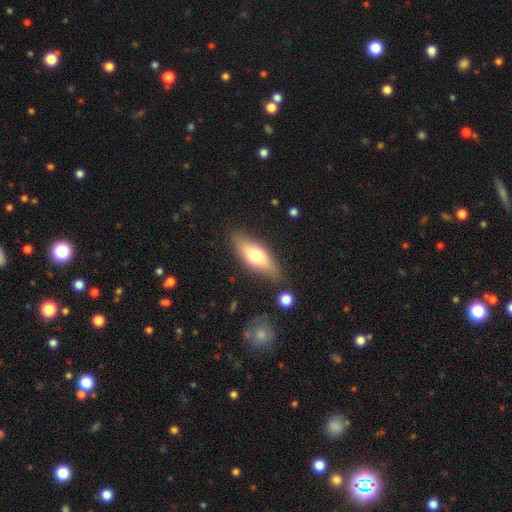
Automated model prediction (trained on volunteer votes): smooth_or_featured: smooth (p=0.65) [alt: featured or disk p=0.29]
how_rounded: in between (p=0.65) [alt: cigar-shaped p=0.32]
merging: none (p=0.81) [alt: minor disturbance p=0.13]